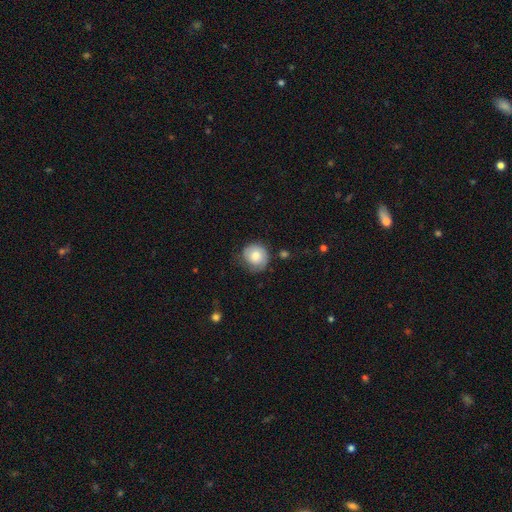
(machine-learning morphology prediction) Smooth or featured: smooth — 65% (featured or disk — 28%)
How rounded: round — 84% (in between — 15%)
Merging: none — 64% (minor disturbance — 25%)